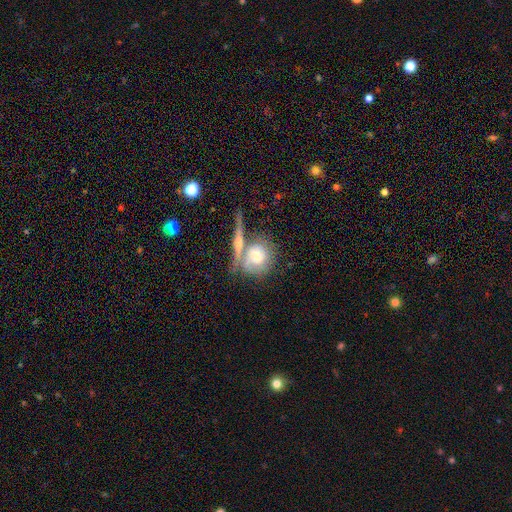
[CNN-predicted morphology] smooth 51%, featured or disk 40%, star or artifact 9%. Down the decision tree: how rounded — round (69%); merging — merger (40%).